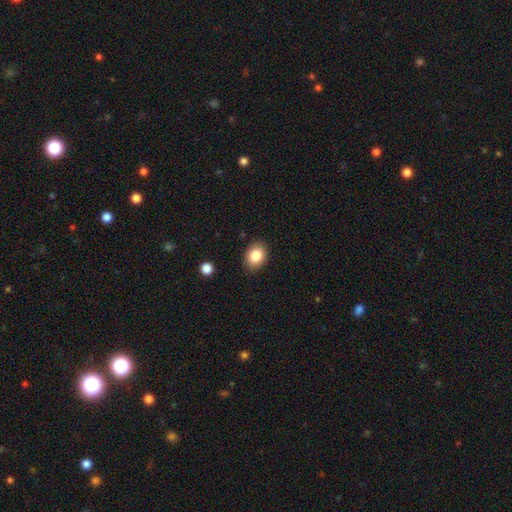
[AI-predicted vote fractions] Smooth or featured? smooth (85%)
How rounded? in between (68%)
Merging? none (88%)